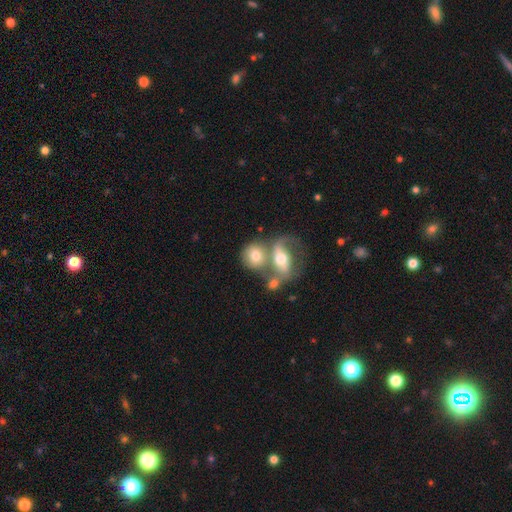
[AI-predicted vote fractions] Q: Smooth or featured?
A: smooth (57%); runner-up: featured or disk (35%)
Q: How rounded?
A: round (67%); runner-up: in between (31%)
Q: Merging?
A: merger (54%); runner-up: none (30%)